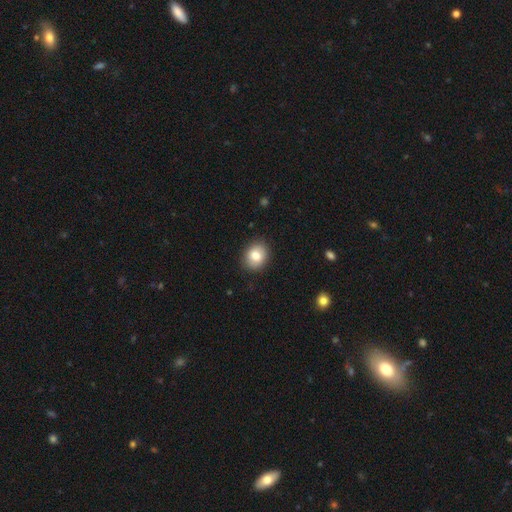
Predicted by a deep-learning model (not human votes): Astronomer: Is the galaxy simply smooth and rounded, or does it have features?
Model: smooth — 80%.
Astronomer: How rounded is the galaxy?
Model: round — 53% (runner-up: in between, 46%).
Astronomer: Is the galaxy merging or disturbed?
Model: none — 87%.